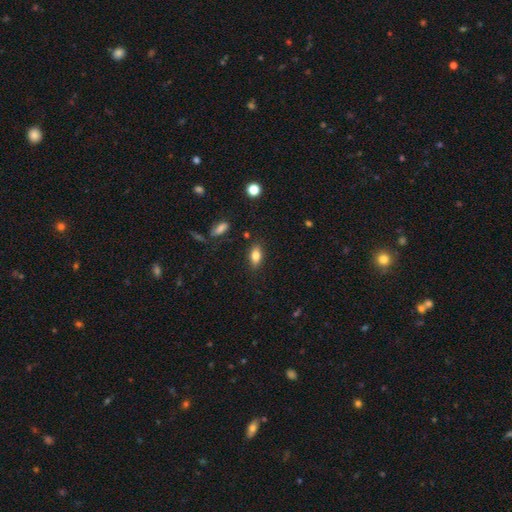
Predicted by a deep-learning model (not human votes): Overall: smooth (78%). How rounded: in between (84%). Merging: none (85%).